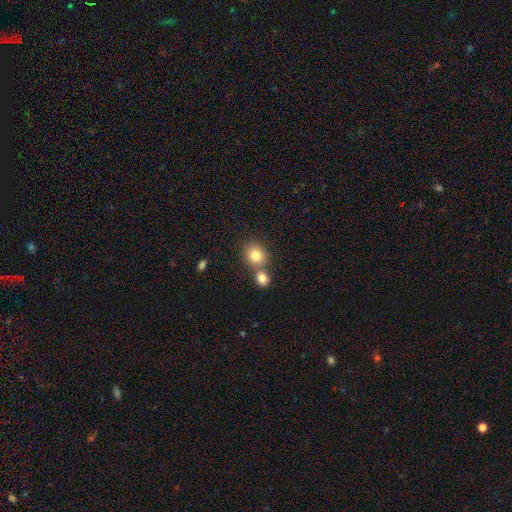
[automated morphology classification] Smooth or featured? smooth (81%)
How rounded? round (79%)
Merging? none (53%)